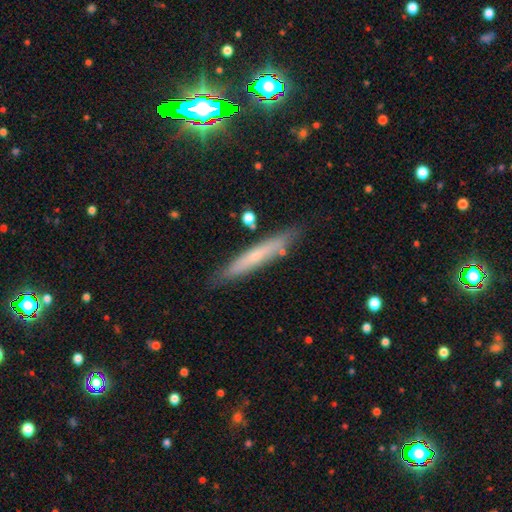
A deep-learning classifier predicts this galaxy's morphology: smooth 50%, featured or disk 42%, star or artifact 8%. Down the decision tree: merging — none (85%).